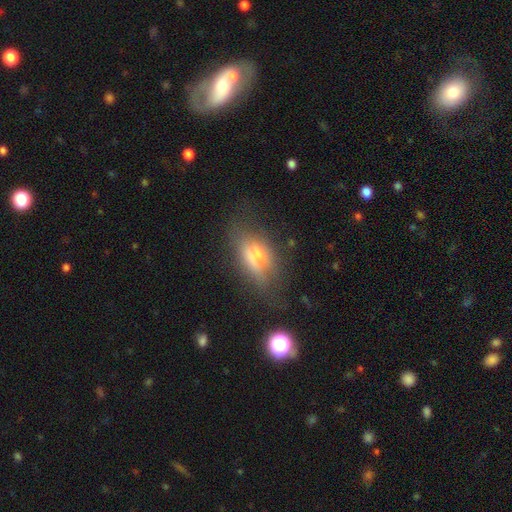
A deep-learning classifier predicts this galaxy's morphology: Smooth or featured? Predicted: smooth (p=0.46). Merging? Predicted: none (p=0.48).